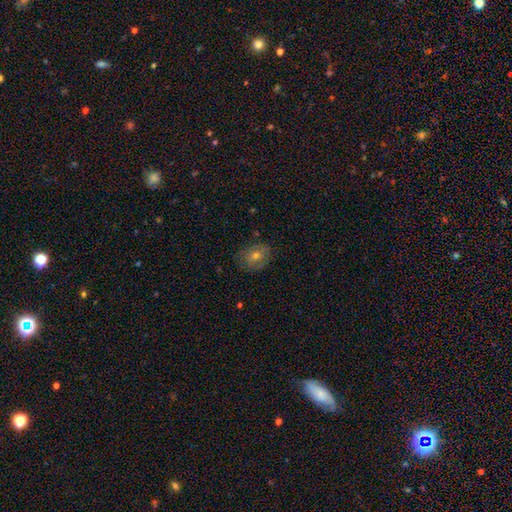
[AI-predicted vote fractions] Smooth or featured? smooth (50%)
Merging? none (79%)